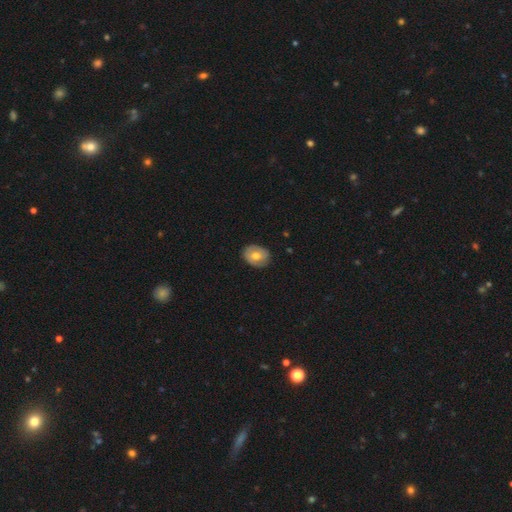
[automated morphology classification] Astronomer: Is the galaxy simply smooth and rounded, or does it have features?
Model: smooth — 62%.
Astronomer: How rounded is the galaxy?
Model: in between — 55% (runner-up: round, 44%).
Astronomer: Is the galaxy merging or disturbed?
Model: none — 83%.